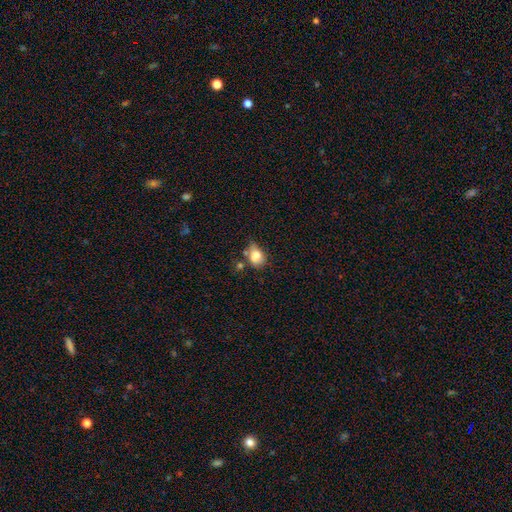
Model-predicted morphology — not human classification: Q: Smooth or featured?
A: smooth (78%); runner-up: featured or disk (12%)
Q: How rounded?
A: in between (62%); runner-up: round (36%)
Q: Merging?
A: none (38%); runner-up: minor disturbance (33%)